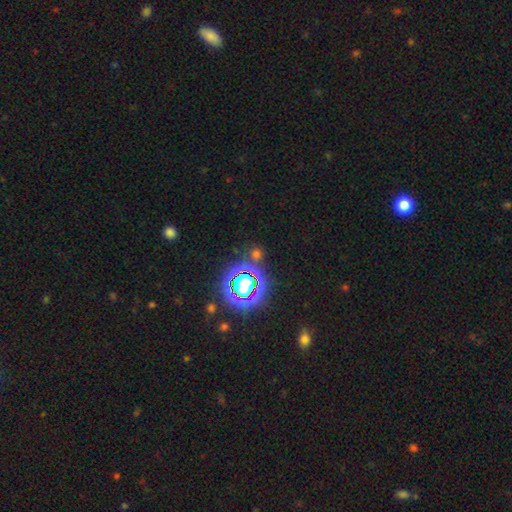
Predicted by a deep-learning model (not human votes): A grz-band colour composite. It shows a star or artifact, not a galaxy (63%).